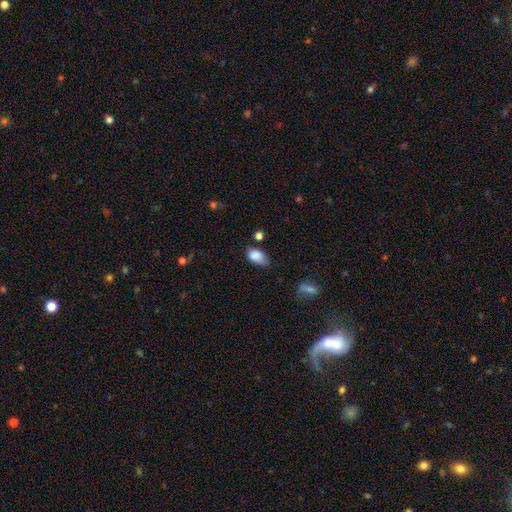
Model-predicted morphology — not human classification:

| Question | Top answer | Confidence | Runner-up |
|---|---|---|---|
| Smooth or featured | smooth | 86% | star or artifact (8%) |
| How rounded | in between | 89% | round (9%) |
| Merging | none | 51% | minor disturbance (37%) |